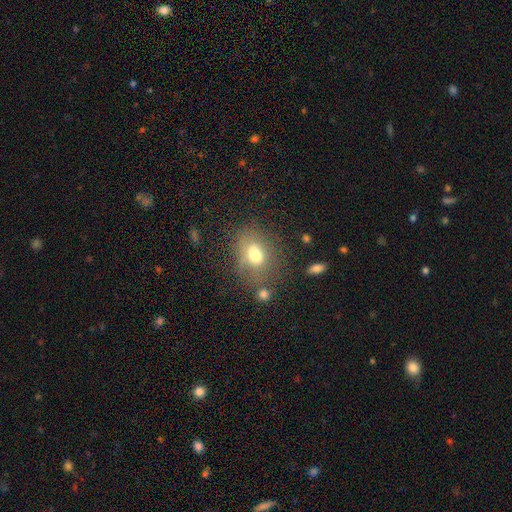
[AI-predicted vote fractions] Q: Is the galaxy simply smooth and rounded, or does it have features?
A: smooth — 65%.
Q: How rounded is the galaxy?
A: in between — 66%.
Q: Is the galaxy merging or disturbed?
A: none — 41%.